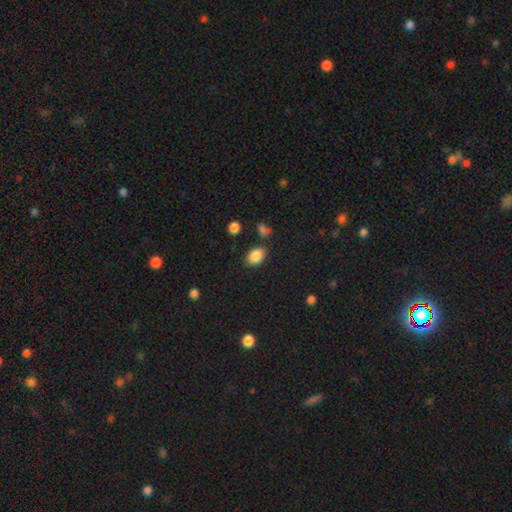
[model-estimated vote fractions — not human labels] smooth_or_featured: smooth (p=0.87) [alt: star or artifact p=0.09]
how_rounded: in between (p=0.77) [alt: round p=0.22]
merging: none (p=0.80) [alt: minor disturbance p=0.12]